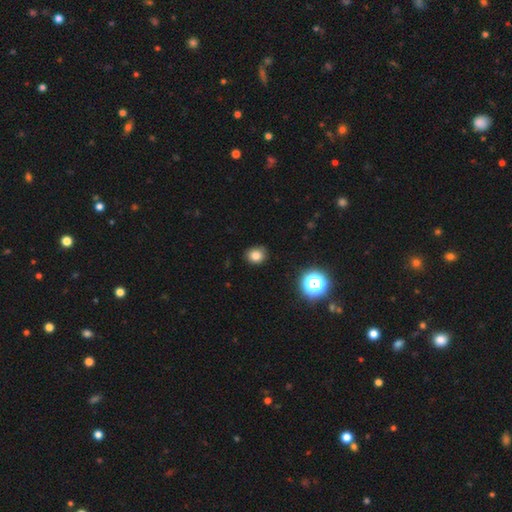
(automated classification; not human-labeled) Smooth or featured?
  - smooth: 80% *
  - star or artifact: 14%
  - featured or disk: 6%
How rounded?
  - round: 73% *
  - in between: 26%
  - cigar-shaped: 1%
Merging?
  - none: 88% *
  - minor disturbance: 9%
  - major disturbance: 2%
  - merger: 1%